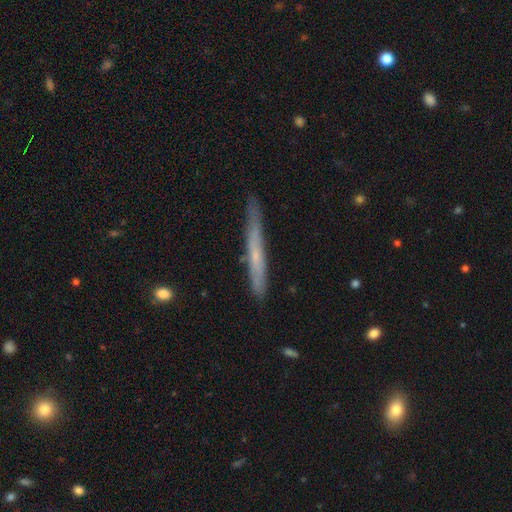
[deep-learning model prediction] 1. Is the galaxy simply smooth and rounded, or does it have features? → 49% featured or disk, 44% smooth, 6% star or artifact.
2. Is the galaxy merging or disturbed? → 82% none, 14% minor disturbance, 2% major disturbance, 2% merger.